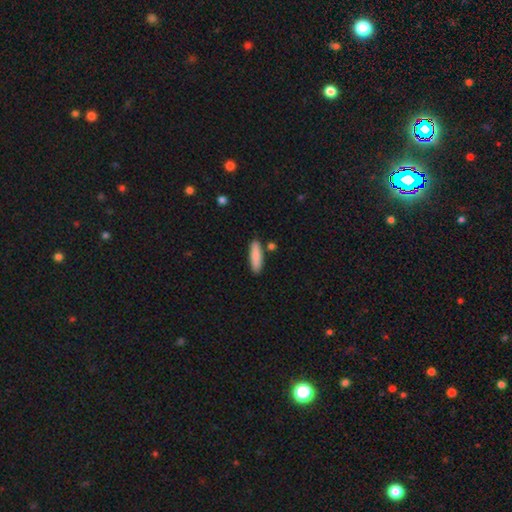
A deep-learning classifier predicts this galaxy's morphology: Smooth or featured?
  - smooth: 86% *
  - featured or disk: 8%
  - star or artifact: 6%
How rounded?
  - cigar-shaped: 67% *
  - in between: 32%
  - round: 2%
Merging?
  - none: 85% *
  - minor disturbance: 10%
  - merger: 4%
  - major disturbance: 2%